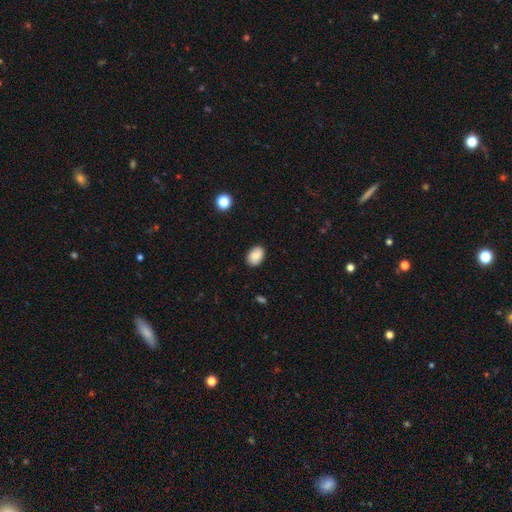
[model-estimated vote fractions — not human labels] Smooth or featured?
  - smooth: 85% *
  - star or artifact: 8%
  - featured or disk: 7%
How rounded?
  - in between: 77% *
  - round: 22%
  - cigar-shaped: 1%
Merging?
  - none: 86% *
  - minor disturbance: 11%
  - major disturbance: 2%
  - merger: 1%